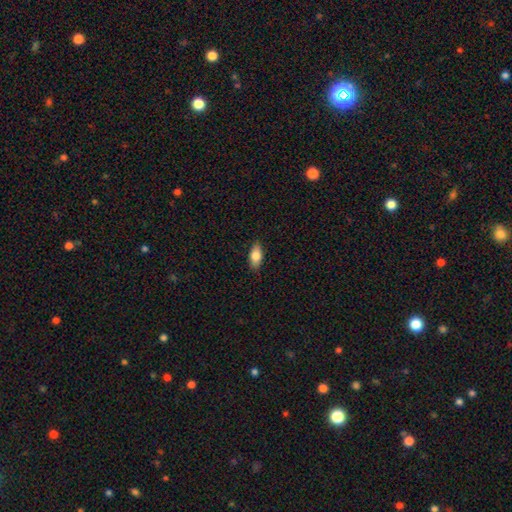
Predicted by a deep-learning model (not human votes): smooth 80%, featured or disk 13%, star or artifact 7%. Down the decision tree: how rounded — in between (85%); merging — none (87%).